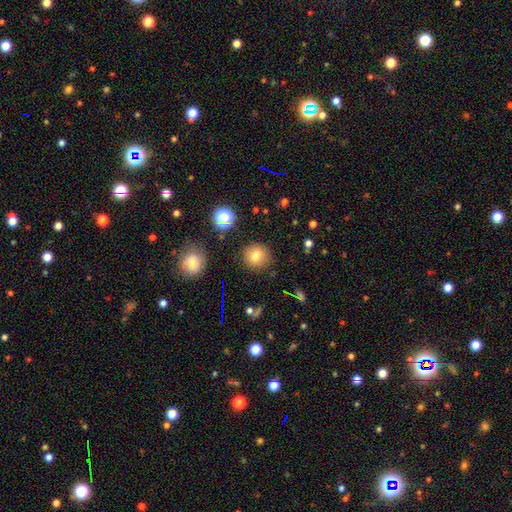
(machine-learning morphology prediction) Smooth or featured: smooth — 77% (star or artifact — 14%)
How rounded: round — 91% (in between — 8%)
Merging: none — 87% (minor disturbance — 8%)